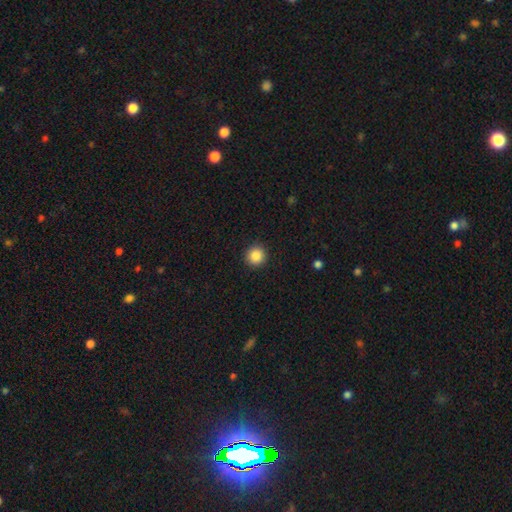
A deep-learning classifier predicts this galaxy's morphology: Smooth or featured: smooth — 87% (star or artifact — 10%)
How rounded: round — 94% (in between — 5%)
Merging: none — 92% (minor disturbance — 5%)